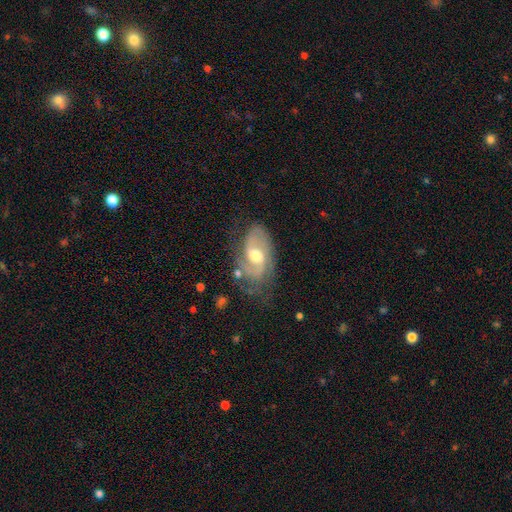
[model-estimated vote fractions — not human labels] Smooth or featured? featured or disk (82%)
Edge-on disk? no (96%)
Bar? weak (52%)
Spiral arms? yes (94%)
Spiral winding? medium (50%)
Spiral arm count? 2 (74%)
Bulge size? moderate (69%)
Merging? none (59%)